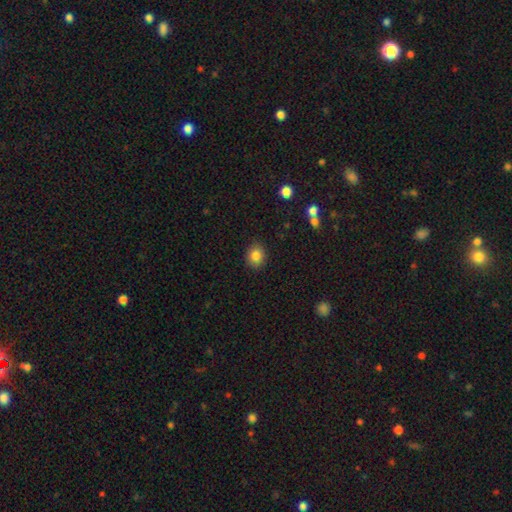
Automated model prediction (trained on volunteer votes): Overall: smooth (83%). How rounded: round (63%; in between 36%). Merging: none (88%).